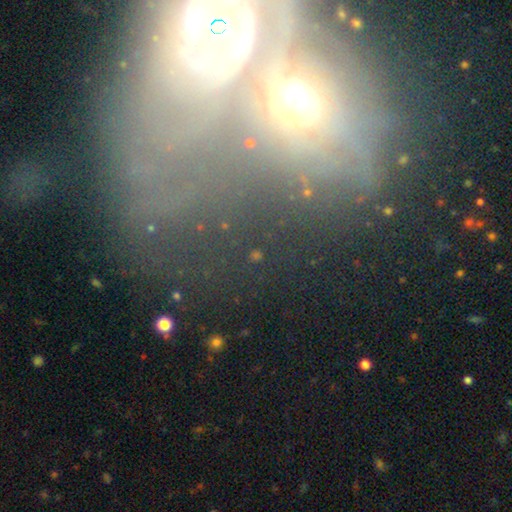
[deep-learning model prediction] smooth-or-featured: star or artifact: 49% | smooth: 38% | featured or disk: 13%